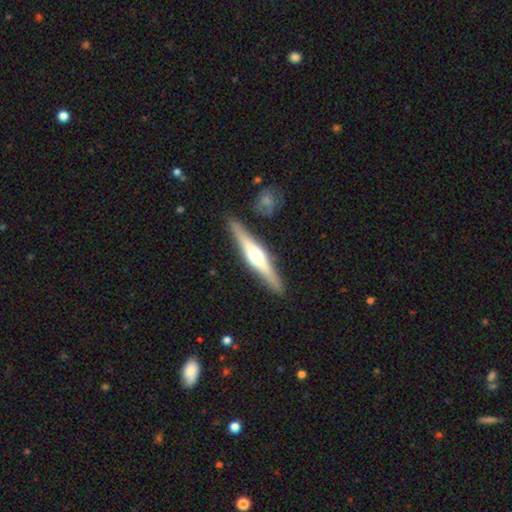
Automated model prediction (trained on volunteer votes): Overall: featured or disk (70%). Edge-on disk: yes (97%). Edge-on bulge: rounded (92%). Merging: none (89%).